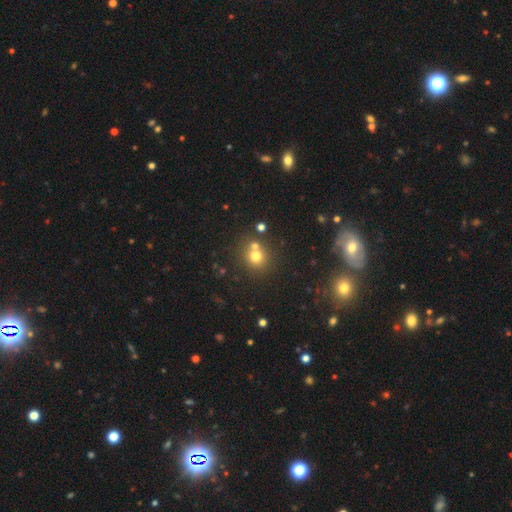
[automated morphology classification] A smooth galaxy with no disk features (72%) that is round (87%).

Vote fractions:
- Smooth or featured? smooth: 72% / star or artifact: 17% / featured or disk: 11%
- How rounded? round: 87% / in between: 12% / cigar-shaped: 1%
- Merging? none: 61% / merger: 28% / minor disturbance: 8% / major disturbance: 3%